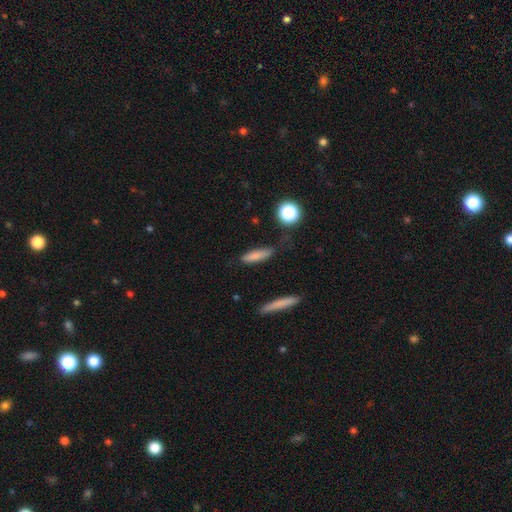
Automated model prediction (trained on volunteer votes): Overall: smooth (80%). How rounded: cigar-shaped (65%; in between 31%). Merging: none (74%).